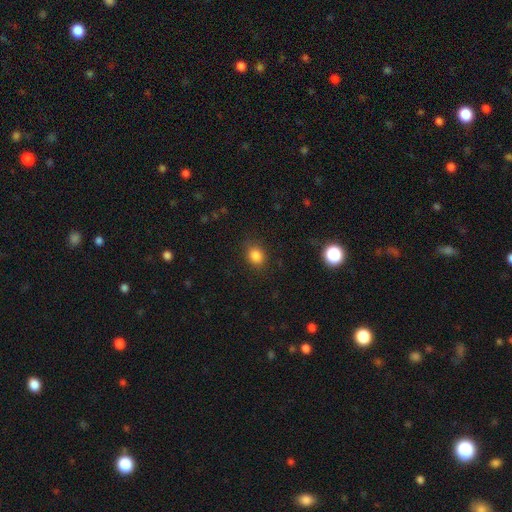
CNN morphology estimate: Smooth or featured? Predicted: smooth (p=0.83). How rounded? Predicted: round (p=0.56). Merging? Predicted: none (p=0.81).